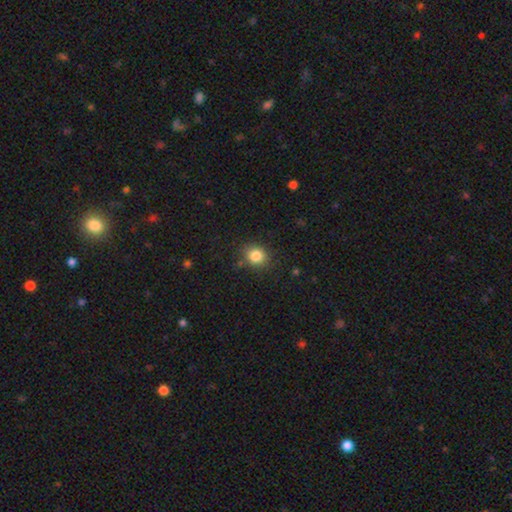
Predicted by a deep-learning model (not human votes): This appears to be a smooth galaxy with no disk features (84%) that is round (77%). Merging: none (83%).